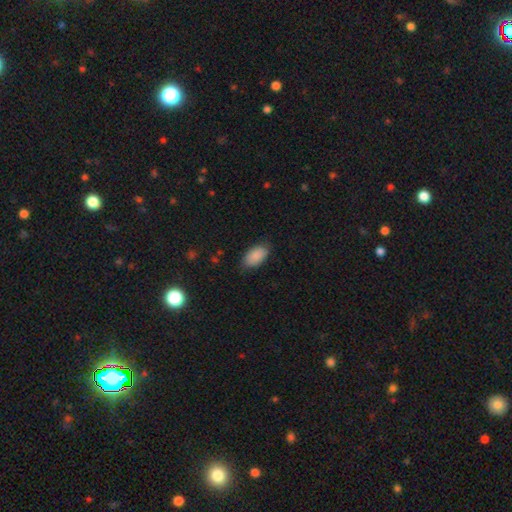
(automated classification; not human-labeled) Morphology: type=smooth (89%); roundness=in between (94%); merging=none (82%).